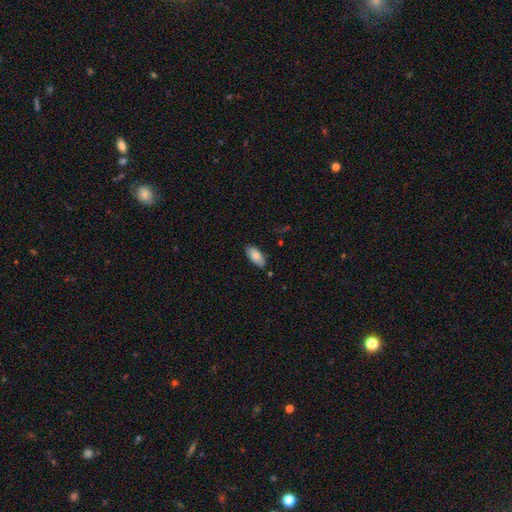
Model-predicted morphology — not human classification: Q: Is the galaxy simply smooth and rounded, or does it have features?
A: smooth — 82%.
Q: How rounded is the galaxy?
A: in between — 91%.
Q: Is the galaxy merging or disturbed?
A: none — 76%.